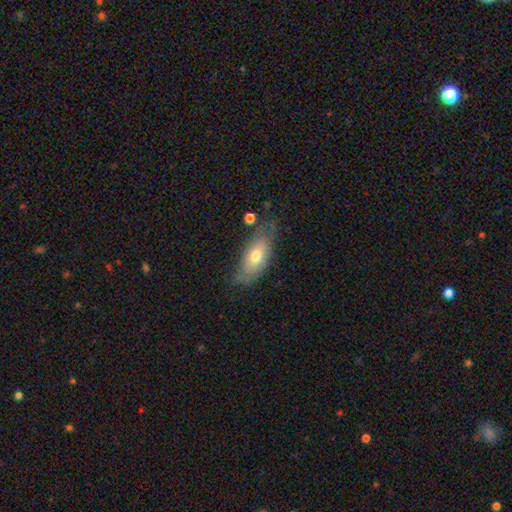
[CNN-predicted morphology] Smooth or featured: smooth — 60% (featured or disk — 33%)
How rounded: in between — 82% (cigar-shaped — 14%)
Merging: none — 61% (minor disturbance — 28%)